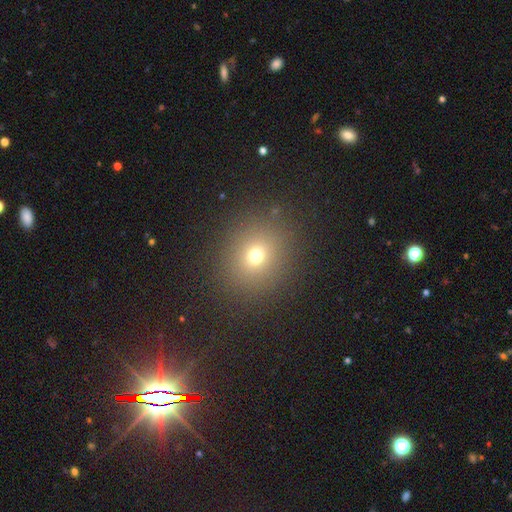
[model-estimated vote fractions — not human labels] smooth 68%, star or artifact 22%, featured or disk 10%. Down the decision tree: how rounded — round (80%); merging — none (87%).